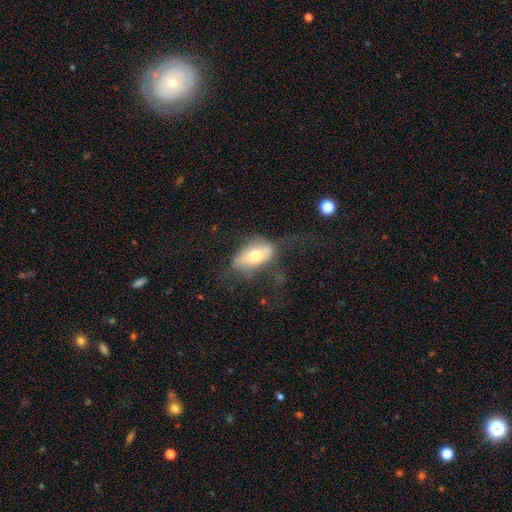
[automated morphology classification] A smooth galaxy with no disk features (59%) that is in between round and cigar-shaped (88%).

Vote fractions:
- Smooth or featured? smooth: 59% / featured or disk: 32% / star or artifact: 8%
- How rounded? in between: 88% / round: 6% / cigar-shaped: 5%
- Merging? none: 40% / major disturbance: 32% / minor disturbance: 25% / merger: 3%